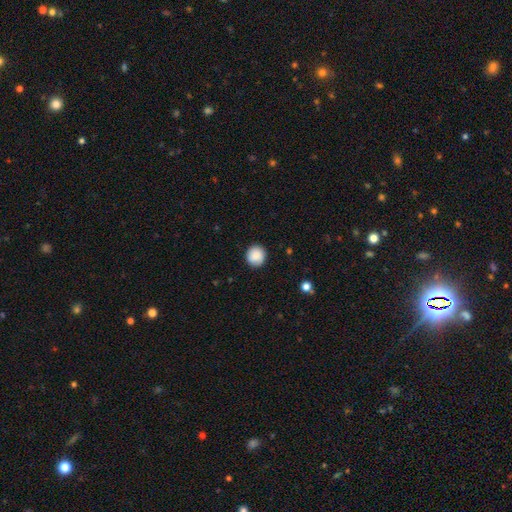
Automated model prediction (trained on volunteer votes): Smooth or featured: smooth — 84% (featured or disk — 9%)
How rounded: round — 91% (in between — 8%)
Merging: none — 88% (minor disturbance — 9%)